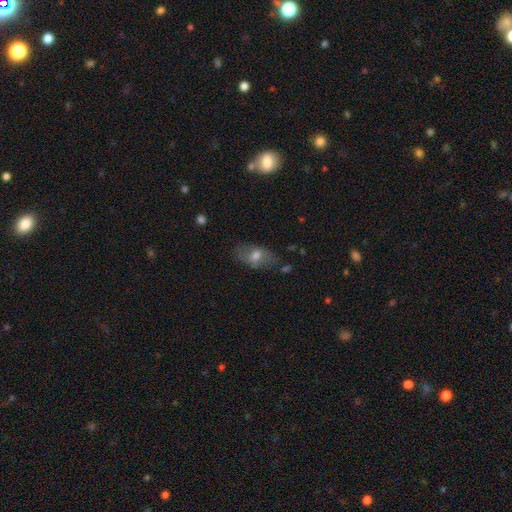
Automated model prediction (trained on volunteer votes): This appears to be a smooth galaxy with no disk features (55%) that is in between round and cigar-shaped (86%). Merging: none (73%).